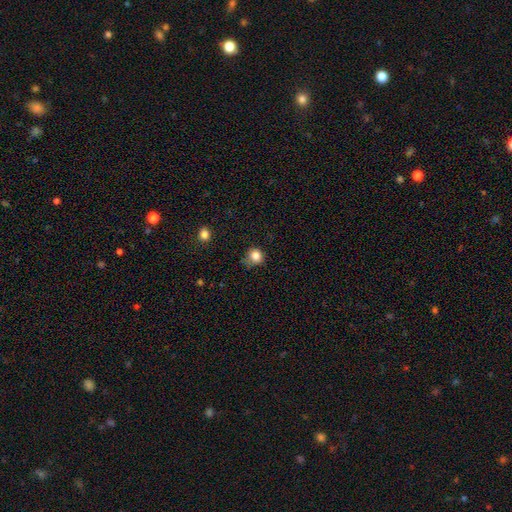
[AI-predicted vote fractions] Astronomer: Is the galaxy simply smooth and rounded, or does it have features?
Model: smooth — 83%.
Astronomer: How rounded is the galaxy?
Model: round — 84%.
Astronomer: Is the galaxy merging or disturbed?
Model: none — 63%.